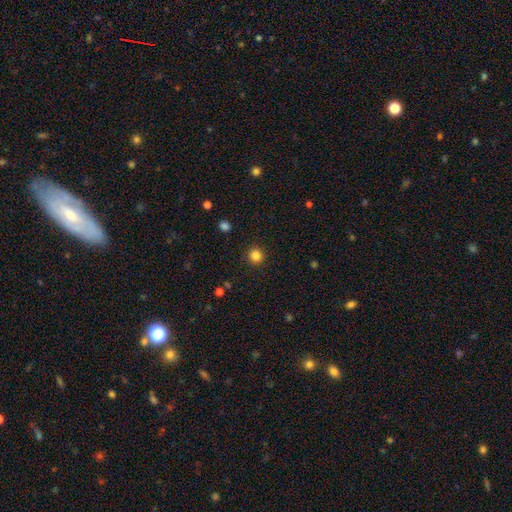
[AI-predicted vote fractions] Smooth or featured? Predicted: smooth (p=0.84). How rounded? Predicted: round (p=0.94). Merging? Predicted: none (p=0.92).